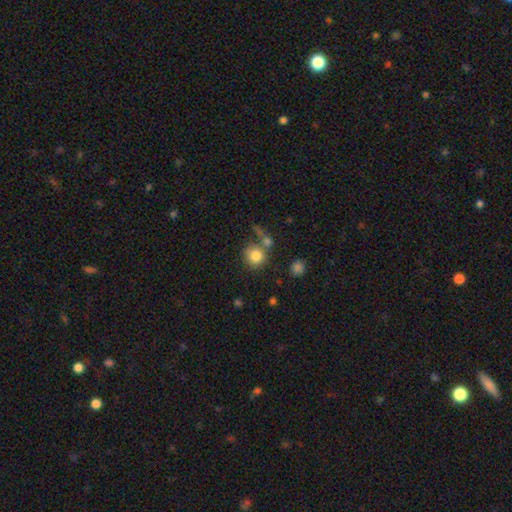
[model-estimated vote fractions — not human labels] The model was most divided on "merging": none: 56%, merger: 24%, minor disturbance: 12%, major disturbance: 8%. More confident: how rounded — round (87%); smooth or featured — smooth (81%).